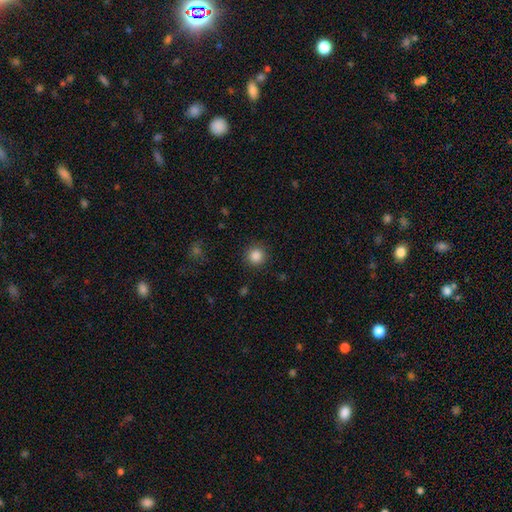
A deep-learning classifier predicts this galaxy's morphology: The model was most divided on "smooth or featured": smooth: 86%, star or artifact: 11%, featured or disk: 3%. More confident: how rounded — round (95%); merging — none (90%).